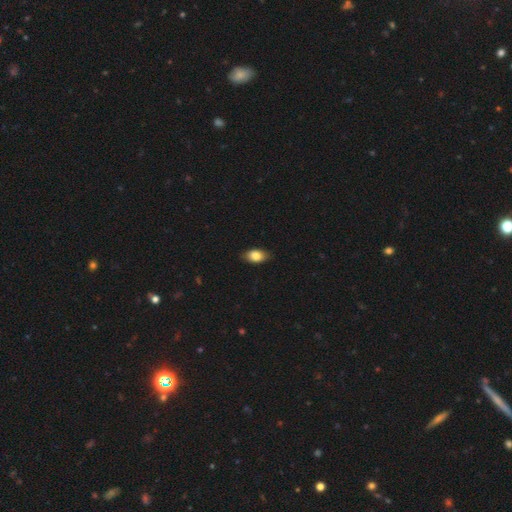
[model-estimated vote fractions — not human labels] A smooth galaxy with no disk features (84%) that is in between round and cigar-shaped (88%).

Vote fractions:
- Smooth or featured? smooth: 84% / featured or disk: 8% / star or artifact: 7%
- How rounded? in between: 88% / round: 9% / cigar-shaped: 3%
- Merging? none: 84% / minor disturbance: 13% / major disturbance: 2% / merger: 1%